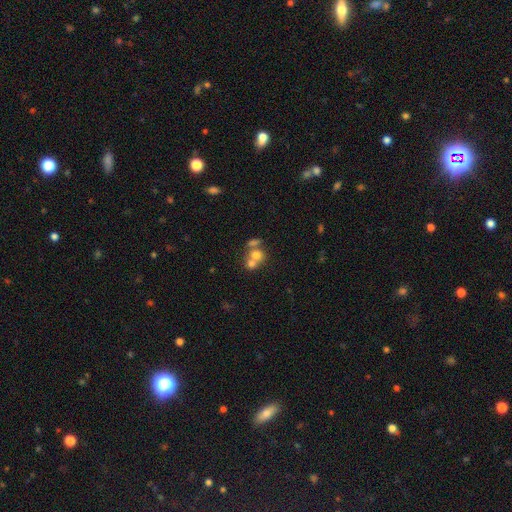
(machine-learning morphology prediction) Smooth or featured: smooth — 66% (featured or disk — 21%)
How rounded: round — 68% (in between — 31%)
Merging: merger — 59% (none — 29%)